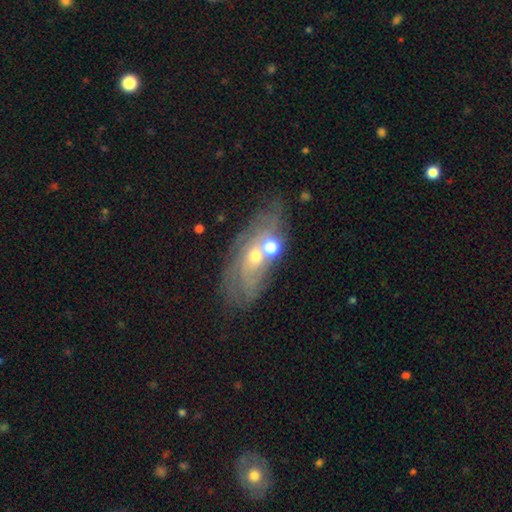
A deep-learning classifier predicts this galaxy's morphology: featured or disk 69%, smooth 19%, star or artifact 12%. Down the decision tree: edge-on disk — no (89%); bar — no (77%); spiral arms — yes (77%); bulge size — small (51%); merging — none (61%).